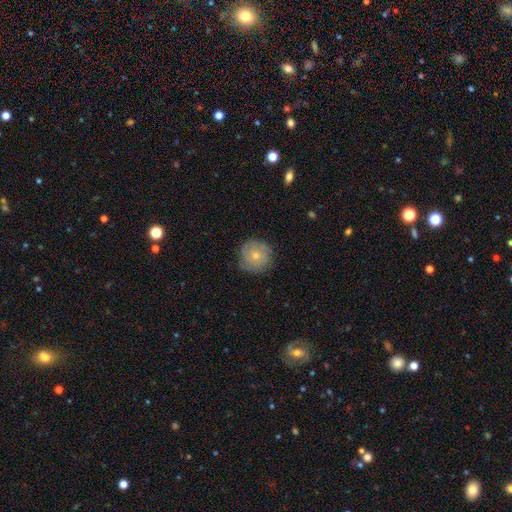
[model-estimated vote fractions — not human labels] Smooth or featured?
  - smooth: 60% *
  - featured or disk: 32%
  - star or artifact: 8%
How rounded?
  - round: 94% *
  - in between: 5%
  - cigar-shaped: 1%
Merging?
  - none: 82% *
  - minor disturbance: 14%
  - major disturbance: 4%
  - merger: 1%